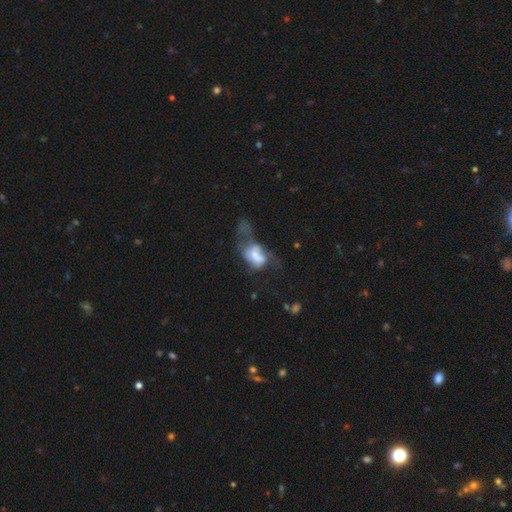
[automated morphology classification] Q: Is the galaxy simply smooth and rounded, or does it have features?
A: smooth — 45%.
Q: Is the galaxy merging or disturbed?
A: major disturbance — 48%.